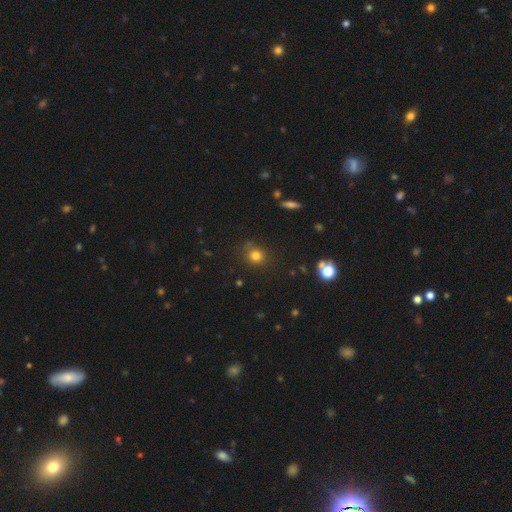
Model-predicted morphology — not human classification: Smooth or featured: smooth — 78% (star or artifact — 15%)
How rounded: round — 84% (in between — 14%)
Merging: none — 78% (minor disturbance — 14%)